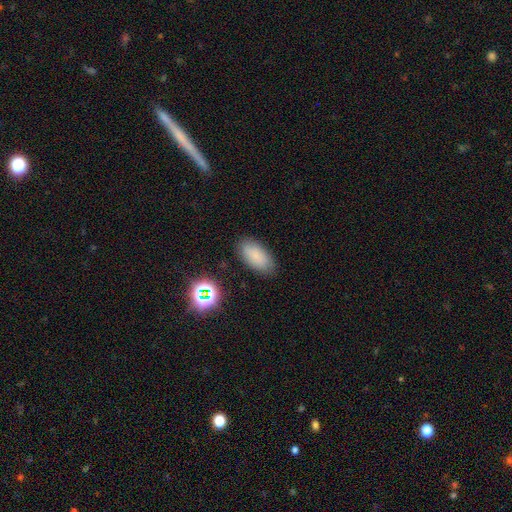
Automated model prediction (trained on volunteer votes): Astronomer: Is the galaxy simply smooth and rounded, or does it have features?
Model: smooth — 82%.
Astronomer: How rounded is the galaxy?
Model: in between — 92%.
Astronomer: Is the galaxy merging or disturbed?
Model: none — 85%.